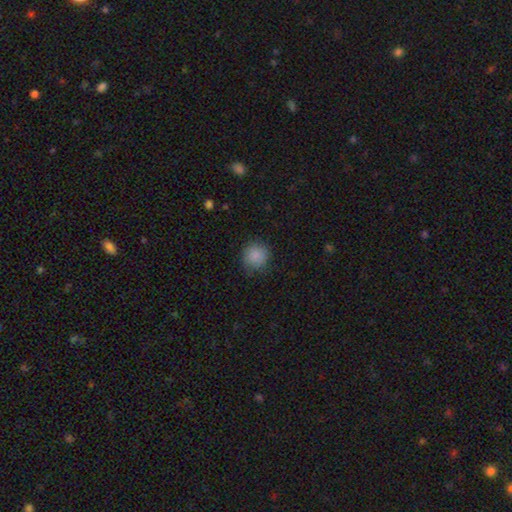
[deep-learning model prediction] This appears to be a smooth galaxy with no disk features (87%) that is round (91%). Merging: none (82%).